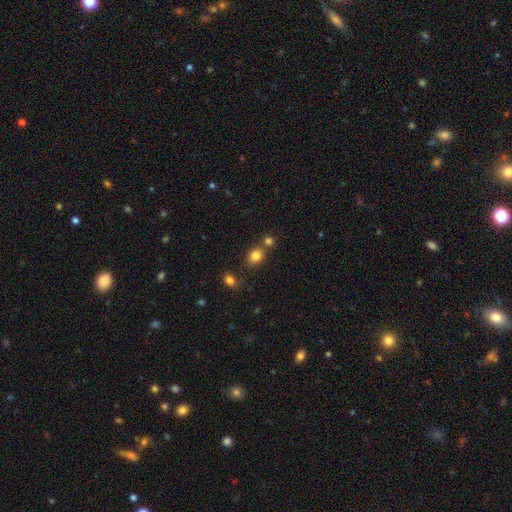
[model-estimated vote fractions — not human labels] Smooth or featured?
  - smooth: 81% *
  - star or artifact: 12%
  - featured or disk: 6%
How rounded?
  - round: 56% *
  - in between: 43%
  - cigar-shaped: 1%
Merging?
  - none: 62% *
  - merger: 23%
  - minor disturbance: 11%
  - major disturbance: 3%